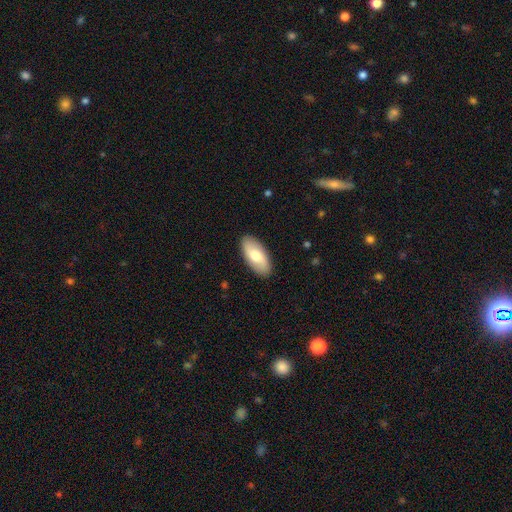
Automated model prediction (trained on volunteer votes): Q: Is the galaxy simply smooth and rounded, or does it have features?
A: smooth — 64%.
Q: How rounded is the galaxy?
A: in between — 91%.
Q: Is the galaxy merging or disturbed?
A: none — 90%.